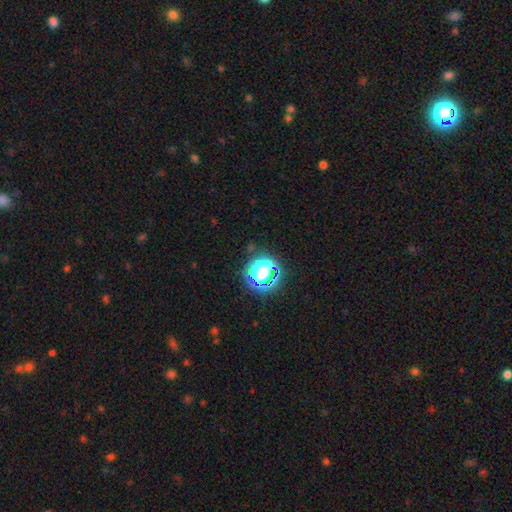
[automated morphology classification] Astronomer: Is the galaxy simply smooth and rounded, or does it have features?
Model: star or artifact — 77%.